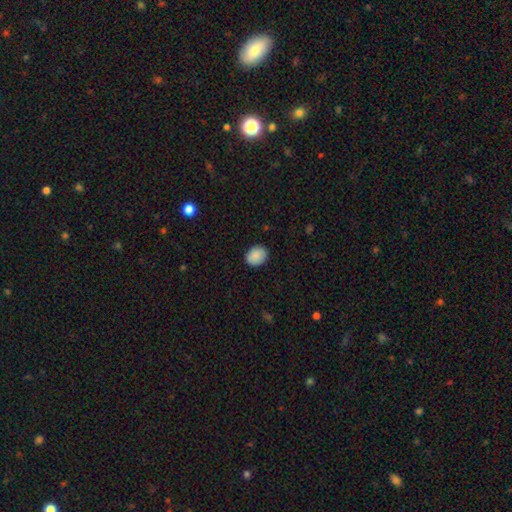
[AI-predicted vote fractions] Overall: smooth (88%). How rounded: in between (53%; round 46%). Merging: none (86%).